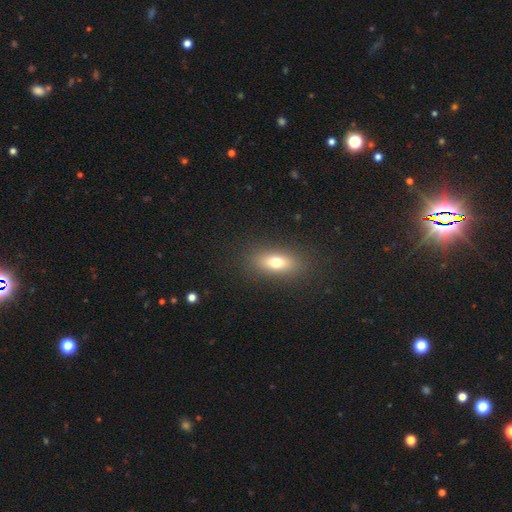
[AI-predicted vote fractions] Smooth or featured? smooth (57%)
How rounded? in between (79%)
Merging? none (88%)